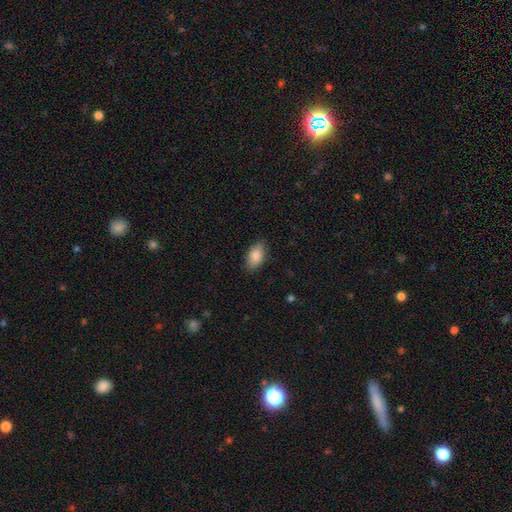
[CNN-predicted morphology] type=smooth (86%); roundness=in between (93%); merging=none (85%).